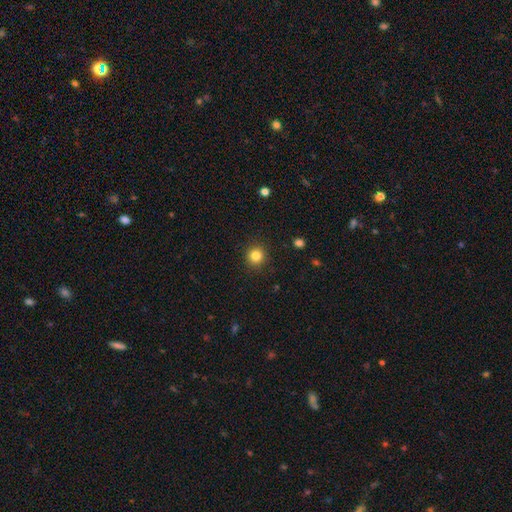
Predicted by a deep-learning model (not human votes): A smooth galaxy with no disk features (83%) that is round (93%). Merging: none (91%).